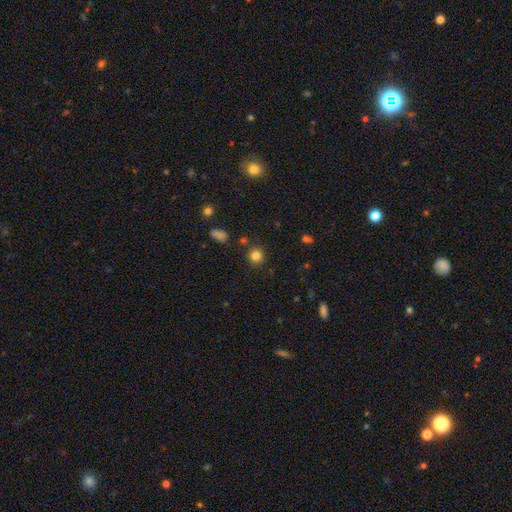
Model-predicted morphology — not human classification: This is clearly a smooth galaxy (81%). How rounded: clearly round (90%). Merging: clearly none (85%).